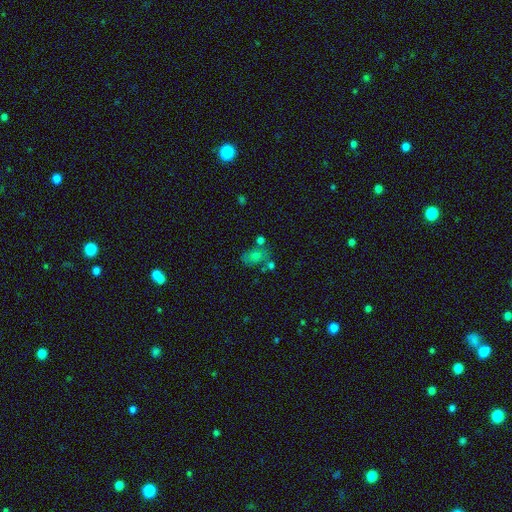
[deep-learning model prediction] The model was most divided on "how rounded": in between: 60%, round: 37%, cigar-shaped: 2%. More confident: merging — none (54%); smooth or featured — smooth (52%).